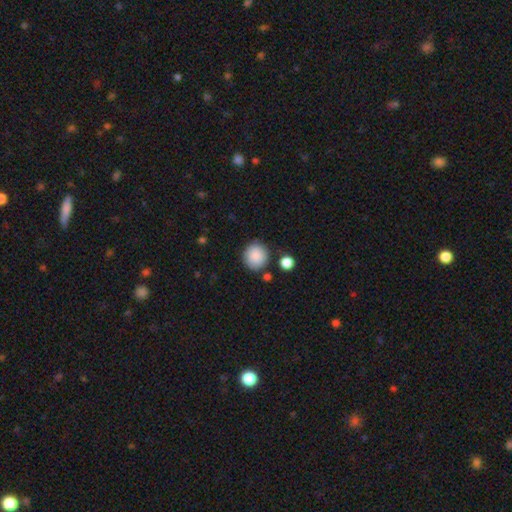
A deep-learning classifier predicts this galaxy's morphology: Smooth or featured?
  - smooth: 88% *
  - star or artifact: 8%
  - featured or disk: 4%
How rounded?
  - round: 91% *
  - in between: 8%
  - cigar-shaped: 1%
Merging?
  - none: 81% *
  - minor disturbance: 10%
  - merger: 6%
  - major disturbance: 3%